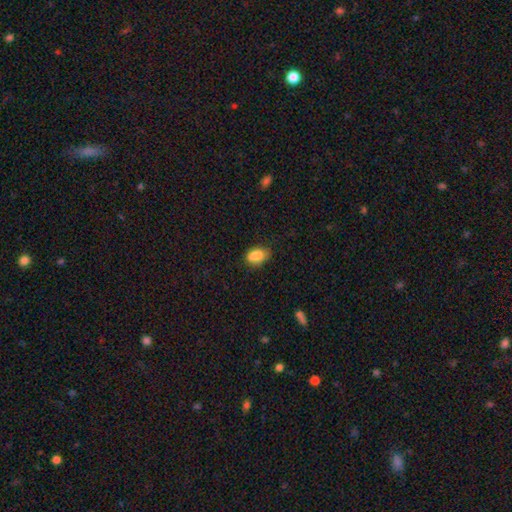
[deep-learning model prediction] smooth-or-featured: smooth: 86% | star or artifact: 9% | featured or disk: 5%
  how-rounded: in between: 87% | round: 11% | cigar-shaped: 2%
  merging: none: 66% | minor disturbance: 26% | major disturbance: 5% | merger: 3%